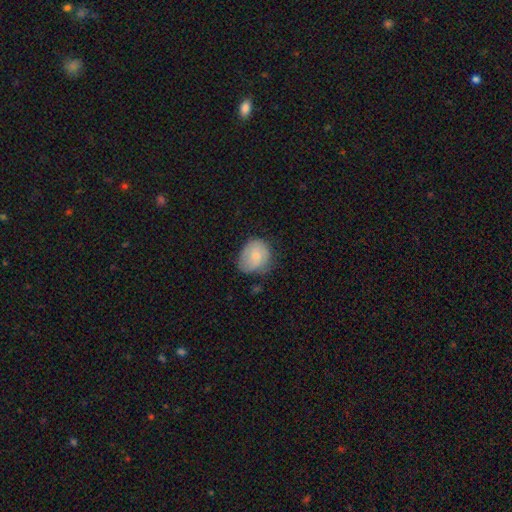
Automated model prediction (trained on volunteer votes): Smooth or featured?
  - smooth: 74% *
  - featured or disk: 19%
  - star or artifact: 7%
How rounded?
  - round: 57% *
  - in between: 42%
  - cigar-shaped: 1%
Merging?
  - none: 55% *
  - minor disturbance: 34%
  - major disturbance: 9%
  - merger: 2%